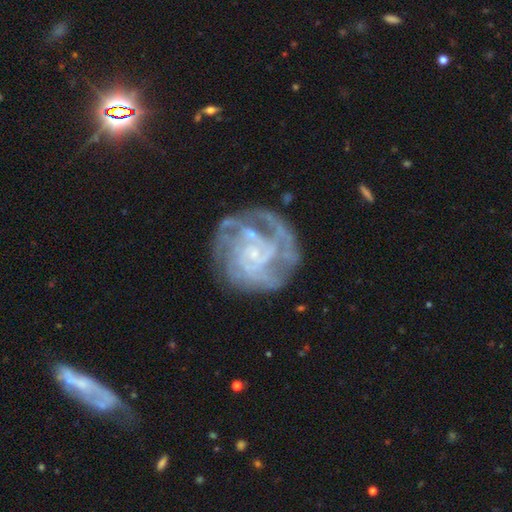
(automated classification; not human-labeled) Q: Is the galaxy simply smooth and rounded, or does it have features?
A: featured or disk — 84%.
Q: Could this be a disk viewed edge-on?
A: no — 98%.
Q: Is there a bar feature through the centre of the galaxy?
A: no — 67%.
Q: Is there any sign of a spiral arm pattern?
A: yes — 93%.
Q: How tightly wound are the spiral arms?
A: tight — 67%.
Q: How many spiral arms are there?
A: can't tell — 31%.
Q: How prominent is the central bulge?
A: small — 76%.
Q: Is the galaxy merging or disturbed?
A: none — 69%.